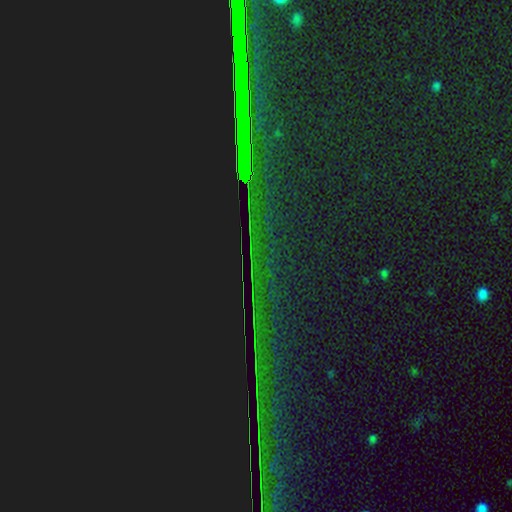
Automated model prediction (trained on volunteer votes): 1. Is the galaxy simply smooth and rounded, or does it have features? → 87% star or artifact, 7% smooth, 6% featured or disk.